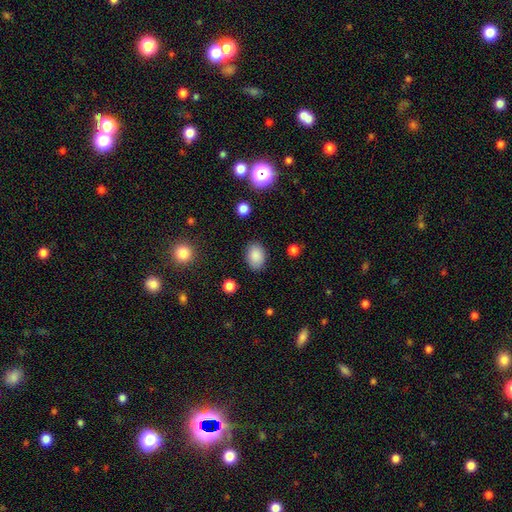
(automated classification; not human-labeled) smooth_or_featured: smooth (p=0.87) [alt: star or artifact p=0.08]
how_rounded: in between (p=0.79) [alt: round p=0.20]
merging: none (p=0.85) [alt: minor disturbance p=0.10]